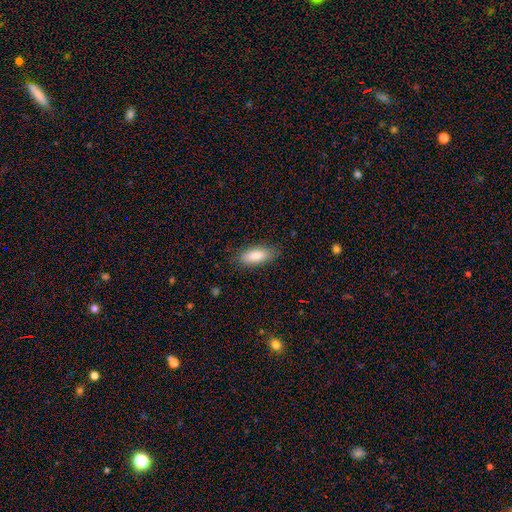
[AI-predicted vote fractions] Smooth or featured: smooth — 86% (featured or disk — 8%)
How rounded: in between — 82% (cigar-shaped — 16%)
Merging: none — 83% (minor disturbance — 13%)